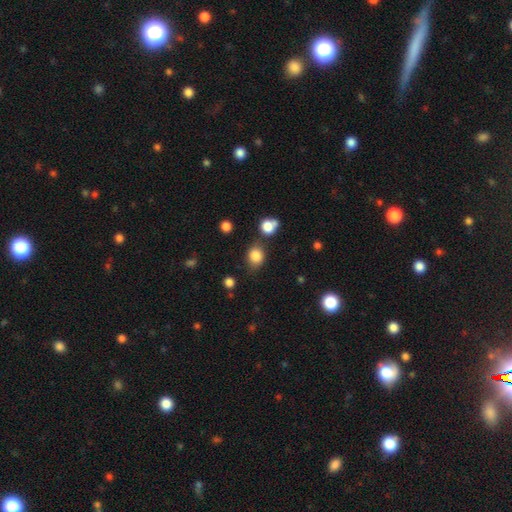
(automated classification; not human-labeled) Smooth or featured: smooth — 83% (star or artifact — 12%)
How rounded: round — 60% (in between — 39%)
Merging: none — 72% (minor disturbance — 16%)